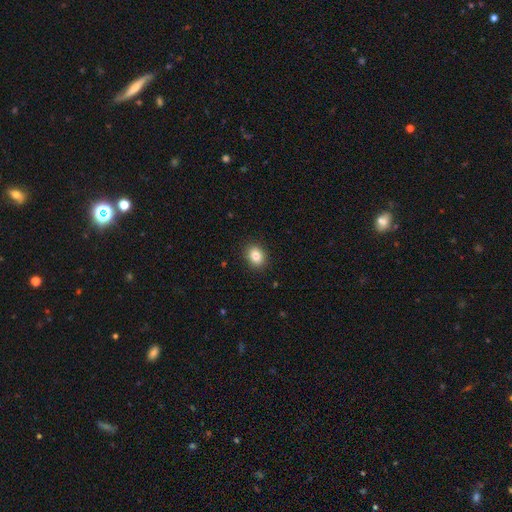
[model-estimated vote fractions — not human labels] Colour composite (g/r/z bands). It shows a smooth galaxy with no disk features (86%) that is in between round and cigar-shaped (61%). Merging: none (89%).